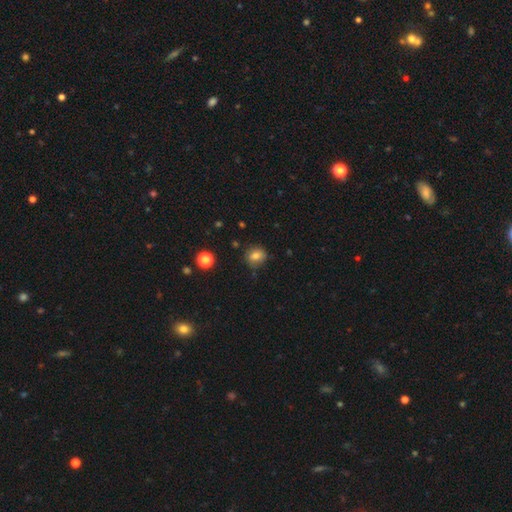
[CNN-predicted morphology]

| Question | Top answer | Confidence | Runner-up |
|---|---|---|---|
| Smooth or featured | smooth | 78% | star or artifact (12%) |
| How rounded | round | 75% | in between (24%) |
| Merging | none | 80% | minor disturbance (15%) |